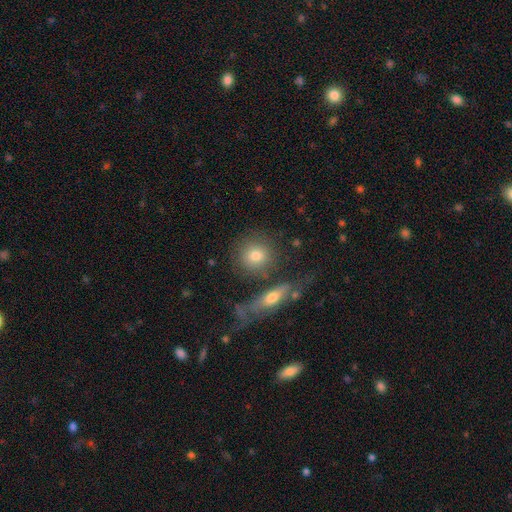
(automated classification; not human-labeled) Smooth or featured? smooth (74%)
How rounded? round (81%)
Merging? none (67%)